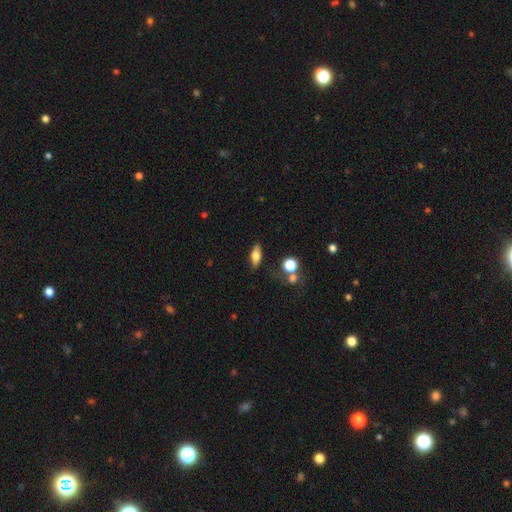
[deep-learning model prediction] Smooth or featured: smooth — 67% (featured or disk — 24%)
How rounded: in between — 75% (cigar-shaped — 20%)
Merging: none — 79% (minor disturbance — 13%)